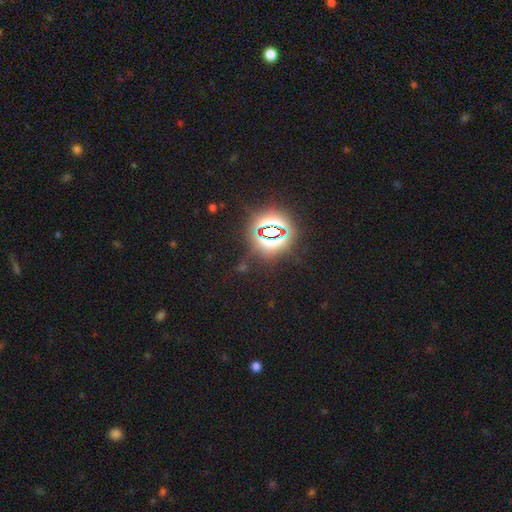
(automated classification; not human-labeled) Smooth or featured? Predicted: star or artifact (p=0.84).